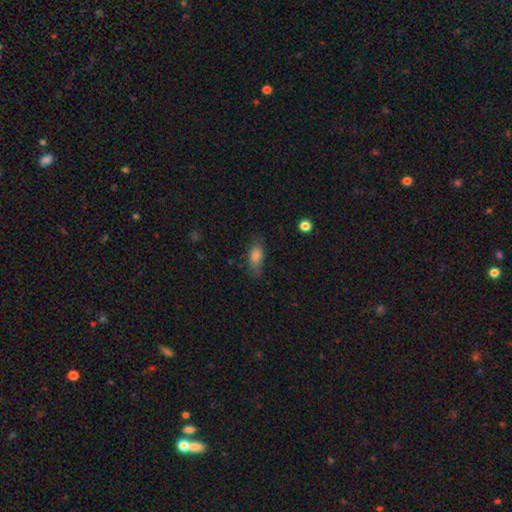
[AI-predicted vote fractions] This is likely a smooth galaxy (76%). How rounded: likely in between (76%). Merging: likely none (72%).